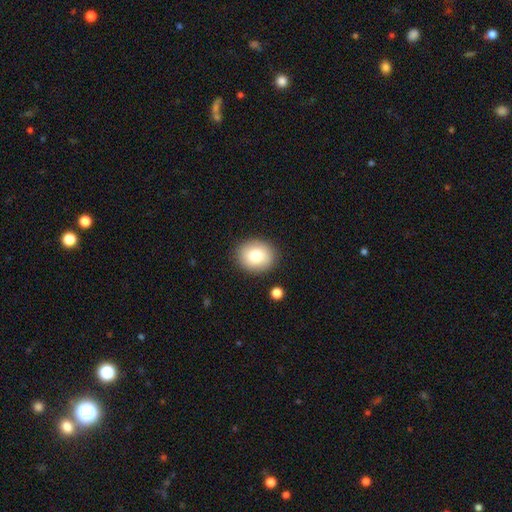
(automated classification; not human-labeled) This is clearly a smooth galaxy (80%). How rounded: likely round (61%). Merging: clearly none (88%).